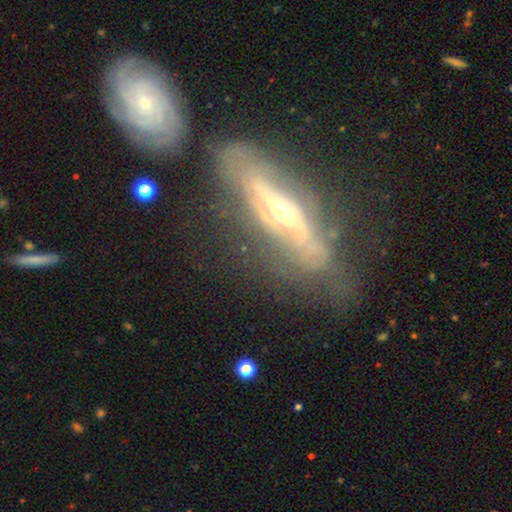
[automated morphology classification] The model was most divided on "edge-on disk" (2-way tie): no: 50%, yes: 50%. More confident: smooth or featured — featured or disk (79%); merging — none (56%).